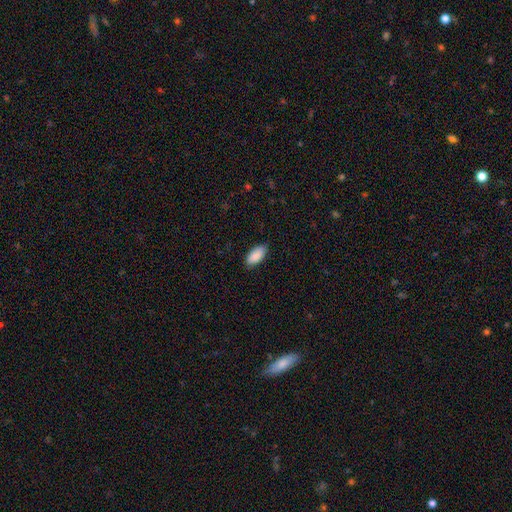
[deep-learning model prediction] smooth_or_featured: smooth (p=0.91) [alt: star or artifact p=0.06]
how_rounded: in between (p=0.92) [alt: cigar-shaped p=0.07]
merging: none (p=0.88) [alt: minor disturbance p=0.10]